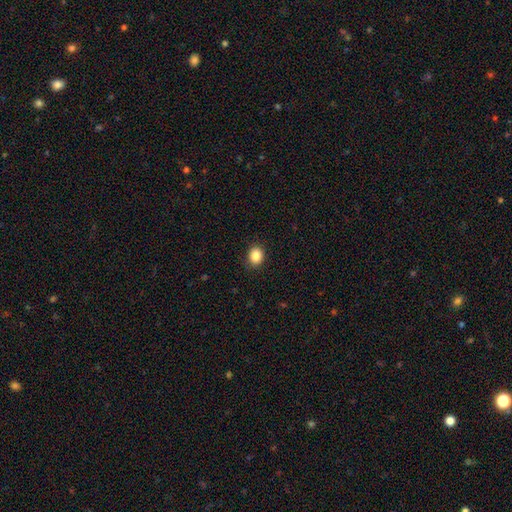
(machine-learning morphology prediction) Smooth or featured? Predicted: smooth (p=0.87). How rounded? Predicted: round (p=0.55). Merging? Predicted: none (p=0.89).